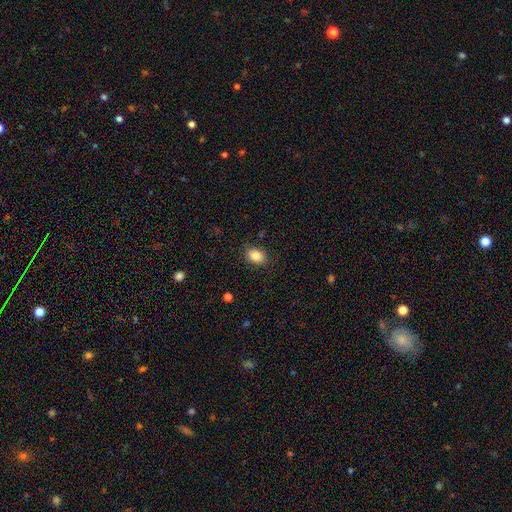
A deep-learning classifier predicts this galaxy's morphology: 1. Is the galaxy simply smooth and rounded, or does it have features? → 86% smooth, 8% star or artifact, 6% featured or disk.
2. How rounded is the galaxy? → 78% in between, 20% round, 1% cigar-shaped.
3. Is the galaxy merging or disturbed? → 84% none, 12% minor disturbance, 3% major disturbance, 1% merger.